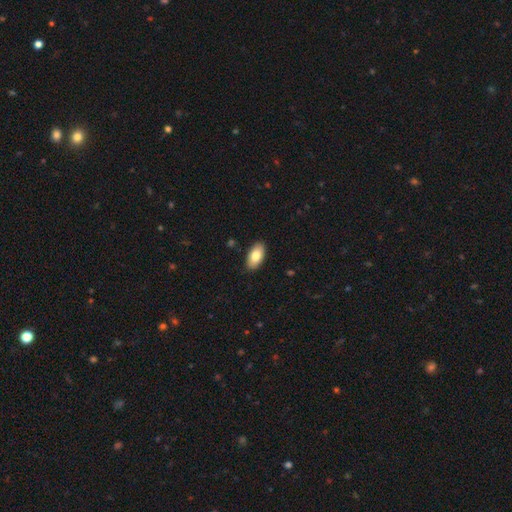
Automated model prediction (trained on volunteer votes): A smooth galaxy with no disk features (81%) that is in between round and cigar-shaped (94%). Merging: none (90%).